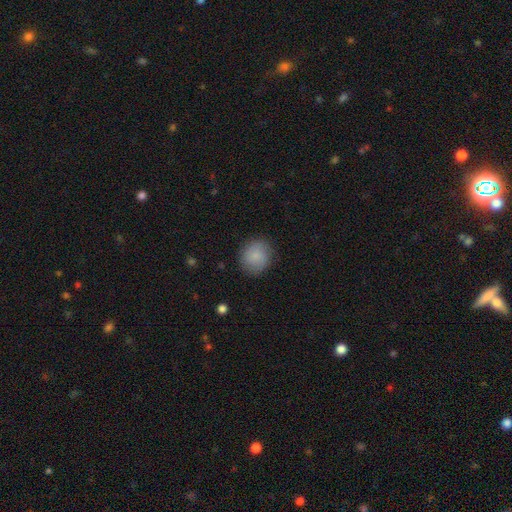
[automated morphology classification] Q: Smooth or featured?
A: smooth (85%); runner-up: featured or disk (8%)
Q: How rounded?
A: round (80%); runner-up: in between (19%)
Q: Merging?
A: none (84%); runner-up: minor disturbance (12%)